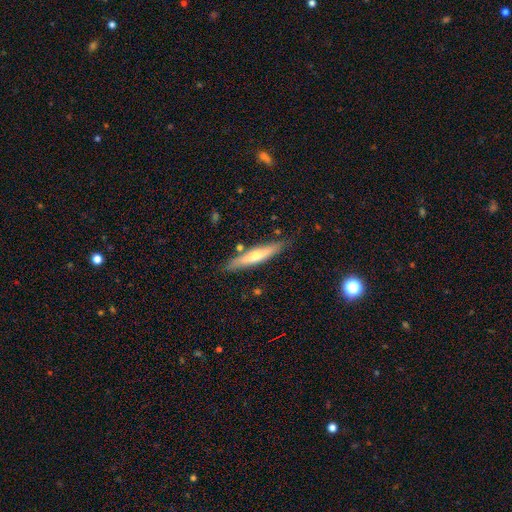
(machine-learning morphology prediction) A smooth galaxy with no disk features (47%, tied with featured or disk).

Vote fractions:
- Smooth or featured? smooth: 47% (tied) / featured or disk: 47% (tied) / star or artifact: 6%
- Merging? none: 82% / minor disturbance: 12% / merger: 4% / major disturbance: 2%